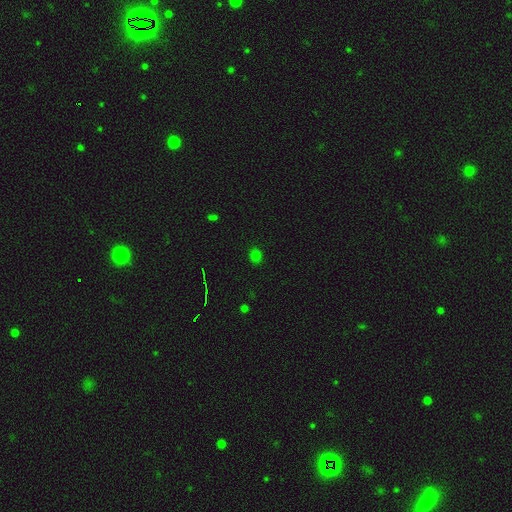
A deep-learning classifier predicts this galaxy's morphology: A smooth galaxy with no disk features (72%) that is round (76%). Merging: none (88%).